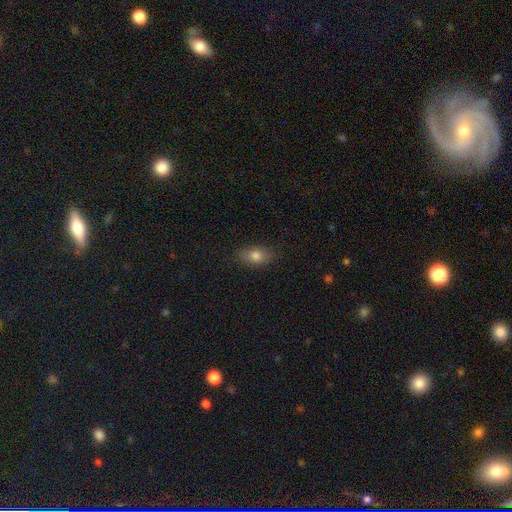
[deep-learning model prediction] A smooth galaxy with no disk features (80%) that is in between round and cigar-shaped (85%). Merging: none (85%).